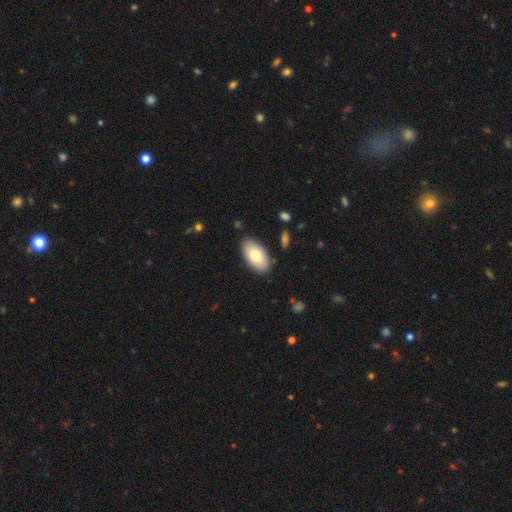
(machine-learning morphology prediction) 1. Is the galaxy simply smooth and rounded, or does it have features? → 76% smooth, 18% featured or disk, 6% star or artifact.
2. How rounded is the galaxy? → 95% in between, 3% round, 2% cigar-shaped.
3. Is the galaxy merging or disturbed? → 85% none, 10% minor disturbance, 2% major disturbance, 2% merger.